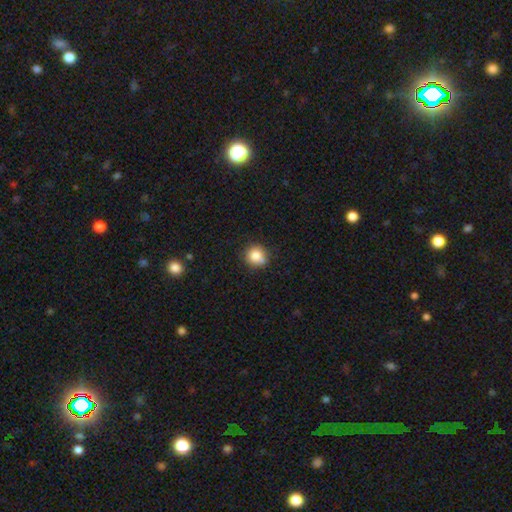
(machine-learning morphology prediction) The model was most divided on "merging": none: 76%, minor disturbance: 17%, merger: 3%, major disturbance: 3%. More confident: how rounded — round (89%); smooth or featured — smooth (83%).